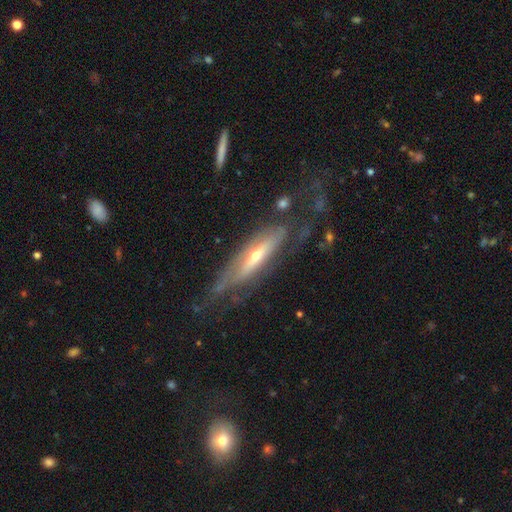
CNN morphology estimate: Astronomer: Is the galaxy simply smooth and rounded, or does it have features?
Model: featured or disk — 74%.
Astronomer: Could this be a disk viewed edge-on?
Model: yes — 58% (runner-up: no, 42%).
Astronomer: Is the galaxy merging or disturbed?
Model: none — 57%.